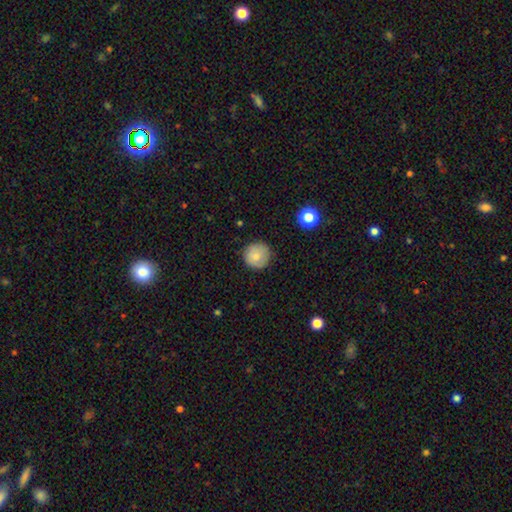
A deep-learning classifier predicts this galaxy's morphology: type=smooth (80%); roundness=round (95%); merging=none (85%).